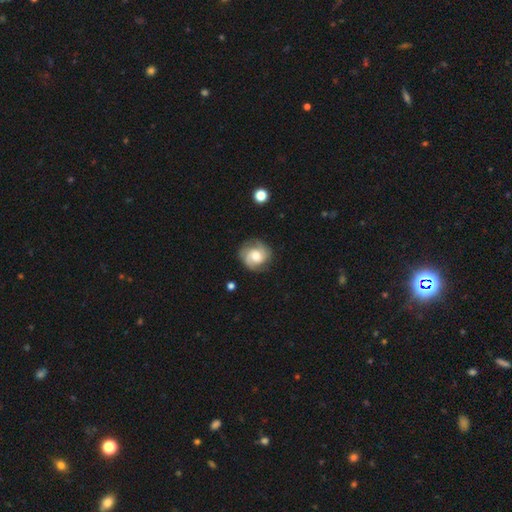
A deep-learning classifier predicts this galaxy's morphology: Overall: featured or disk (75%). Edge-on disk: no (98%). Bar: no (65%; weak 30%). Spiral arms: yes (95%). Spiral arm count: 2 (44%; 3 30%). Spiral winding: tight (51%; medium 38%). Bulge size: moderate (61%; large 21%). Merging: none (80%).